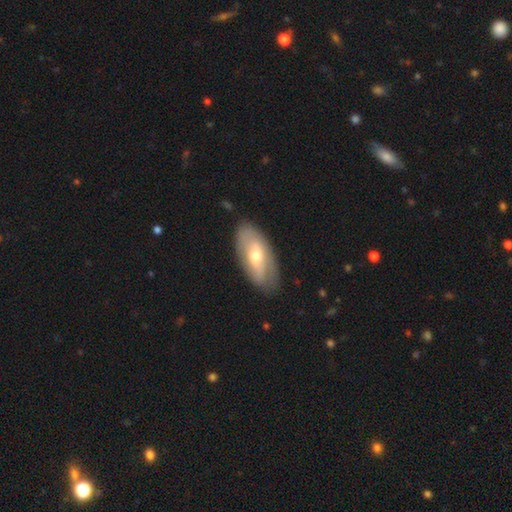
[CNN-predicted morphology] Smooth or featured: featured or disk — 48% (smooth — 46%)
Merging: none — 79% (minor disturbance — 16%)